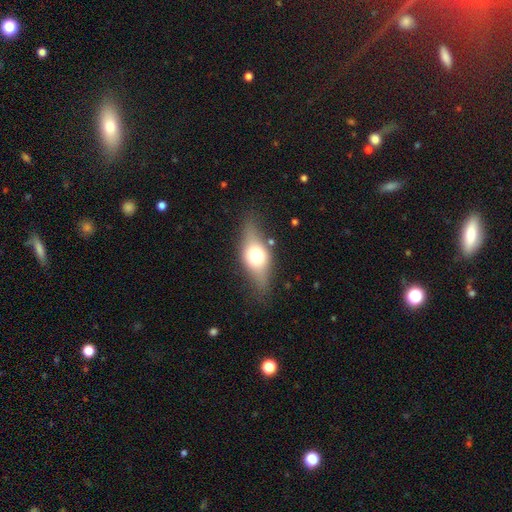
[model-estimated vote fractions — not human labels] Smooth or featured?
  - smooth: 48% *
  - featured or disk: 43%
  - star or artifact: 8%
Merging?
  - none: 74% *
  - minor disturbance: 18%
  - major disturbance: 7%
  - merger: 2%